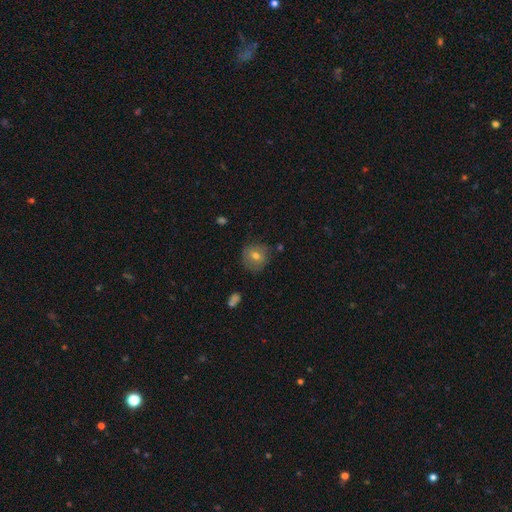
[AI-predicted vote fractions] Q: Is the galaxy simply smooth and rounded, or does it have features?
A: smooth — 68%.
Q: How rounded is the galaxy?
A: round — 84%.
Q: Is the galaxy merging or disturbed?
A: none — 74%.